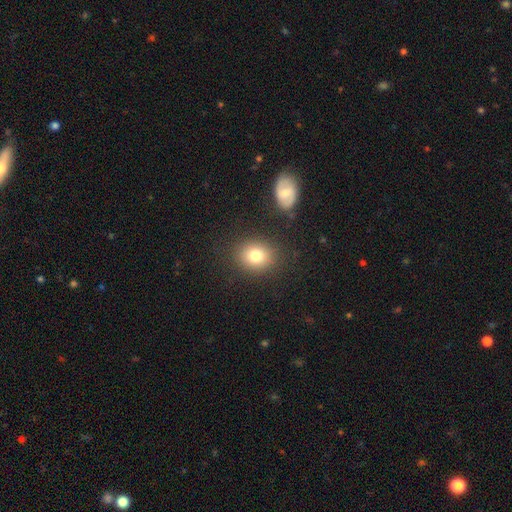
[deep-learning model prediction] Morphology: type=smooth (80%); roundness=round (62%); merging=none (84%).